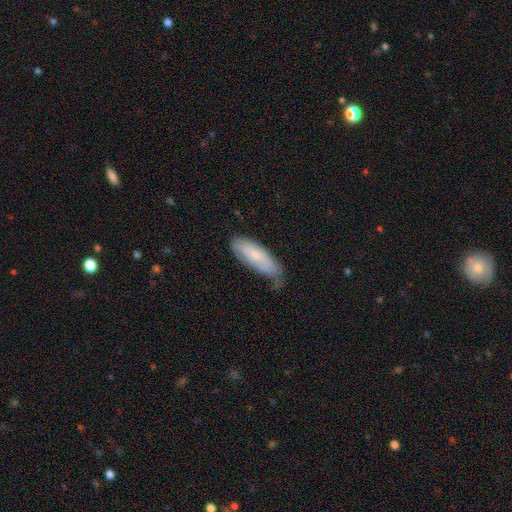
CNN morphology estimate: Smooth or featured? smooth (68%)
How rounded? in between (64%)
Merging? none (46%)